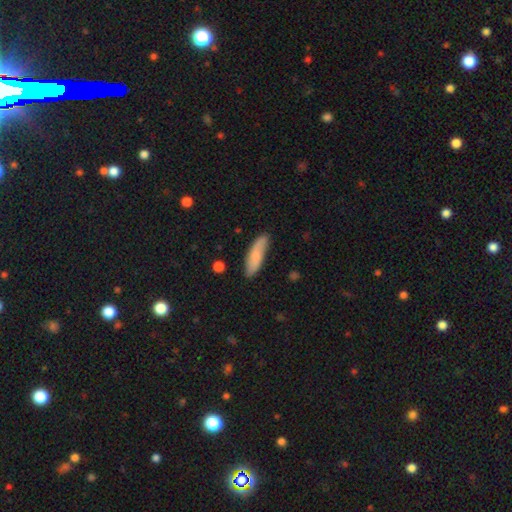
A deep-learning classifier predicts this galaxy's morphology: Smooth or featured? smooth (72%)
How rounded? cigar-shaped (56%)
Merging? none (82%)